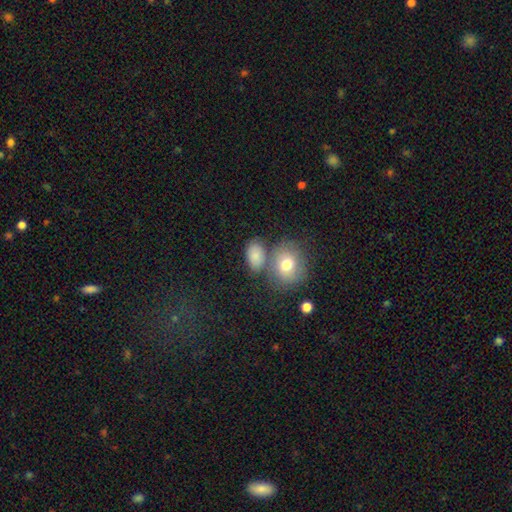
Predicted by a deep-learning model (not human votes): This is likely a smooth galaxy (79%). How rounded: likely in between (78%). Merging: possibly none (56%).